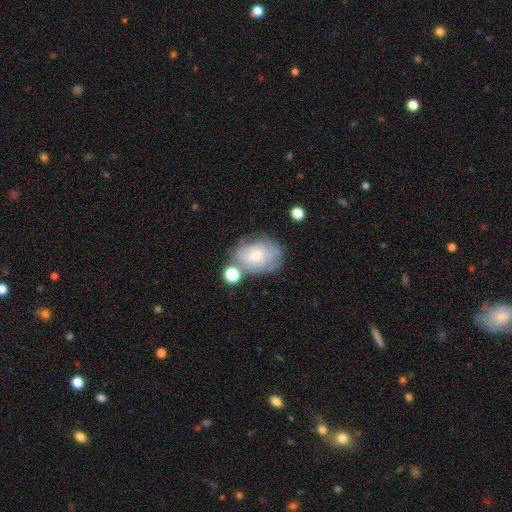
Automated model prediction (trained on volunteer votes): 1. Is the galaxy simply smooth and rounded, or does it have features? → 49% featured or disk, 42% smooth, 9% star or artifact.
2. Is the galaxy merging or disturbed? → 52% none, 22% minor disturbance, 14% merger, 12% major disturbance.